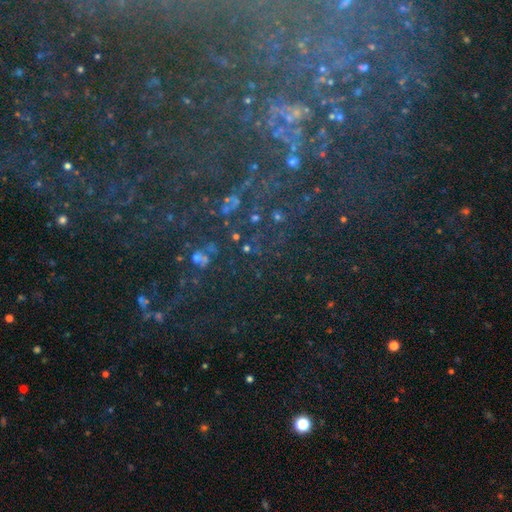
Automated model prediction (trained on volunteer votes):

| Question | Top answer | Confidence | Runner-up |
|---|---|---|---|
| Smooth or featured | star or artifact | 72% | featured or disk (16%) |